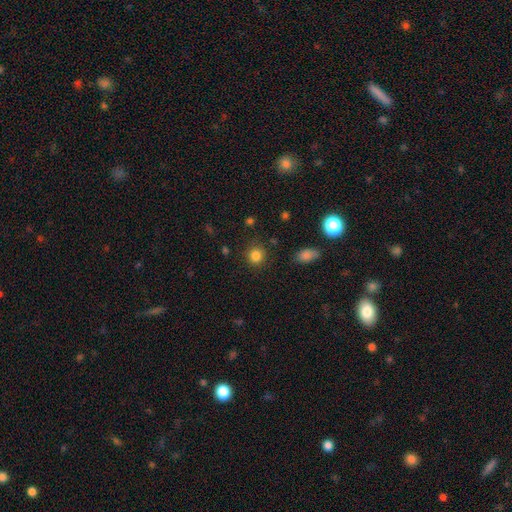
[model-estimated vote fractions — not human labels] A smooth galaxy with no disk features (84%) that is round (90%).

Vote fractions:
- Smooth or featured? smooth: 84% / star or artifact: 12% / featured or disk: 4%
- How rounded? round: 90% / in between: 9% / cigar-shaped: 1%
- Merging? none: 87% / minor disturbance: 8% / major disturbance: 3% / merger: 2%